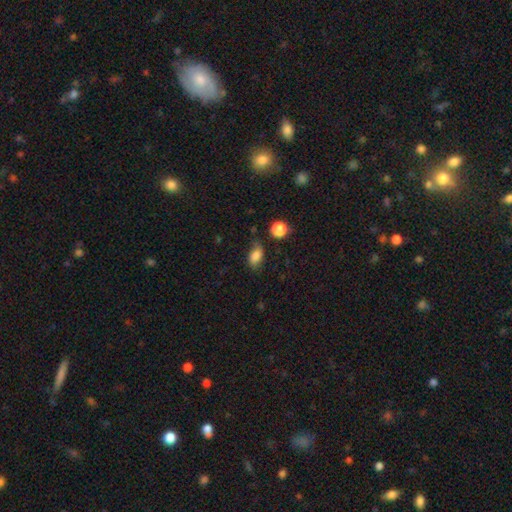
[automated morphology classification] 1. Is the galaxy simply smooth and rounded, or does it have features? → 77% smooth, 12% featured or disk, 11% star or artifact.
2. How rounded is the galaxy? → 83% in between, 15% round, 3% cigar-shaped.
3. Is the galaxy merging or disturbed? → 62% none, 27% minor disturbance, 8% major disturbance, 4% merger.